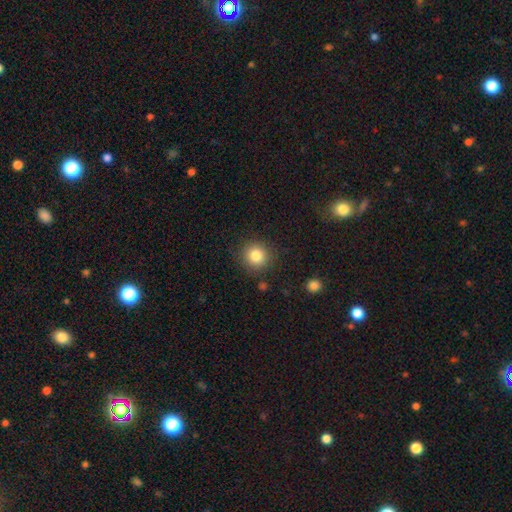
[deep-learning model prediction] This is clearly a smooth galaxy (83%). How rounded: clearly round (92%). Merging: clearly none (87%).